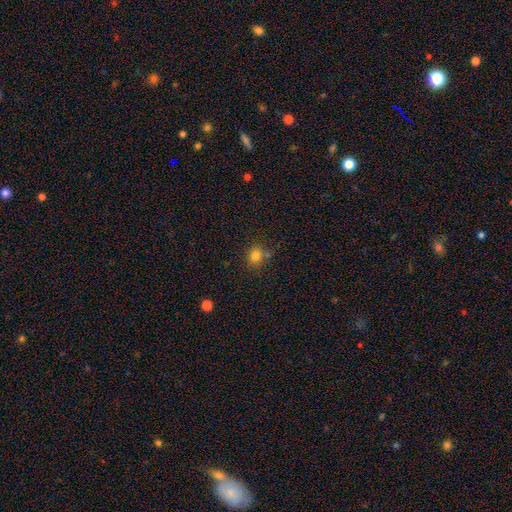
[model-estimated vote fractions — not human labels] This appears to be a smooth galaxy with no disk features (81%) that is round (68%). Merging: none (71%).